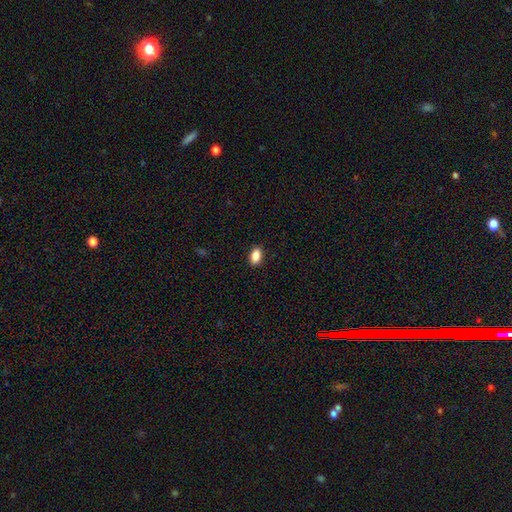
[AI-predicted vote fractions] Morphology: type=smooth (88%); roundness=in between (90%); merging=none (90%).